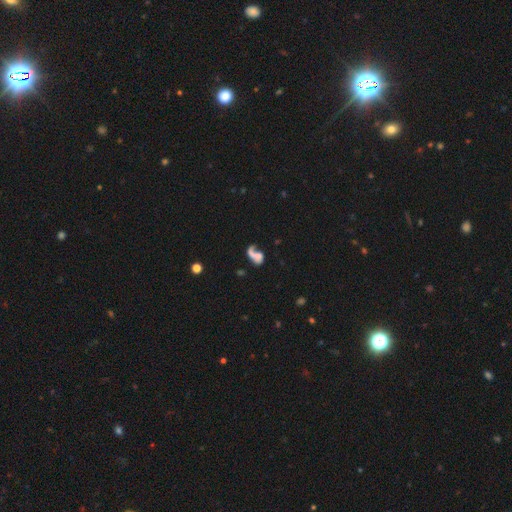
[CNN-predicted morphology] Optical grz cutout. It shows a featured or disk galaxy (44%). Merging: merger (37%).